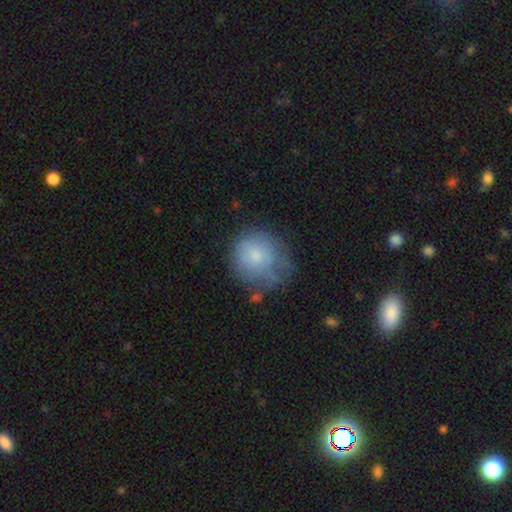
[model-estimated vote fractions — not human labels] Q: Smooth or featured?
A: smooth (71%); runner-up: featured or disk (20%)
Q: How rounded?
A: round (85%); runner-up: in between (14%)
Q: Merging?
A: none (47%); runner-up: minor disturbance (31%)